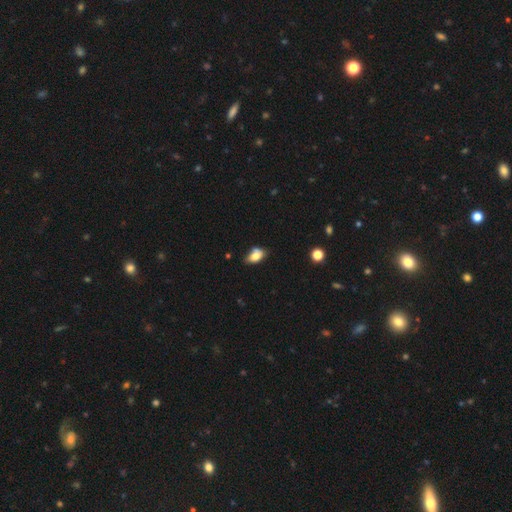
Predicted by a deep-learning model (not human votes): The model was most divided on "merging": none: 52%, minor disturbance: 32%, merger: 9%, major disturbance: 7%. More confident: how rounded — in between (87%); smooth or featured — smooth (76%).